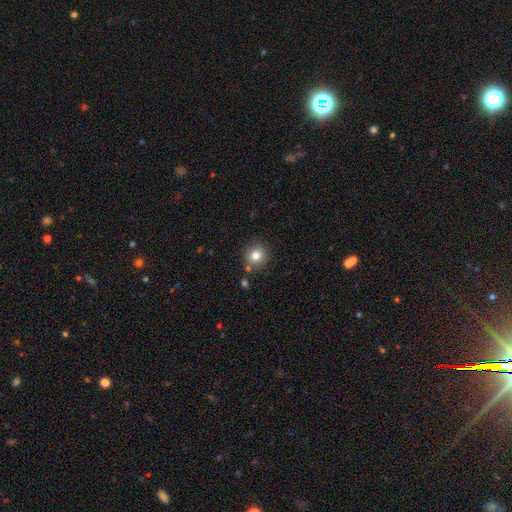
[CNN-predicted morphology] Overall: smooth (81%). How rounded: round (91%). Merging: none (82%).